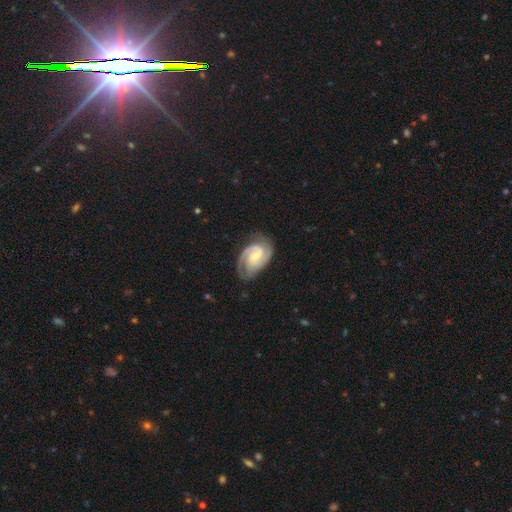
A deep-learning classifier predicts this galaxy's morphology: A featured or disk galaxy (90%) with a weak bar (50%), 2 (77%) tight (51%) spiral arms (98%) and a small central bulge (51%). Merging: none (77%).